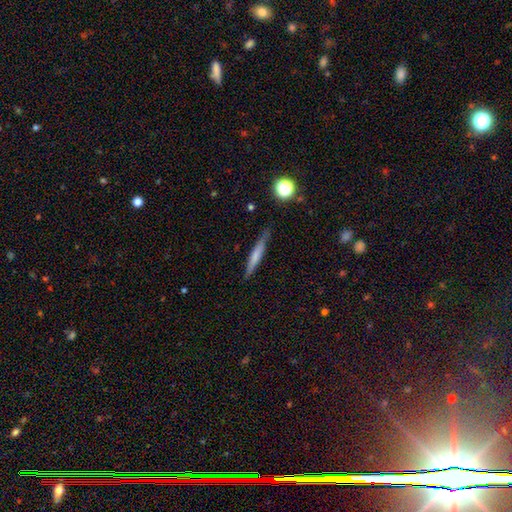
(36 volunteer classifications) smooth-or-featured: smooth: 56% | featured or disk: 39% | star or artifact: 6%
  how-rounded: cigar-shaped: 95% | in between: 5% | round: 0%
  merging: none: 85% | minor disturbance: 9% | merger: 6% | major disturbance: 0%